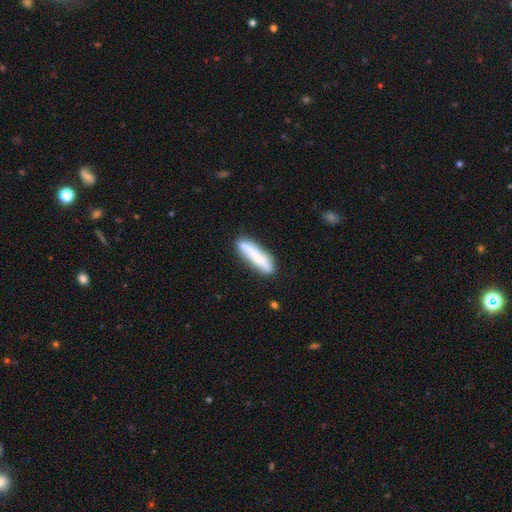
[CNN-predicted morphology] Smooth or featured?
  - smooth: 66% *
  - featured or disk: 28%
  - star or artifact: 6%
How rounded?
  - cigar-shaped: 80% *
  - in between: 19%
  - round: 2%
Merging?
  - none: 79% *
  - minor disturbance: 14%
  - merger: 3%
  - major disturbance: 3%